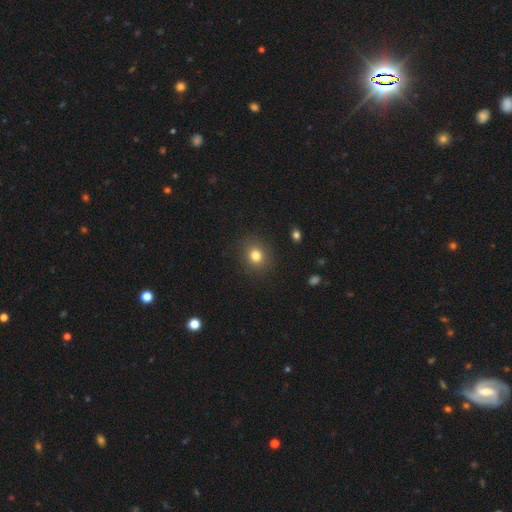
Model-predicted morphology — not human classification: A smooth galaxy with no disk features (82%) that is round (72%). Merging: none (88%).